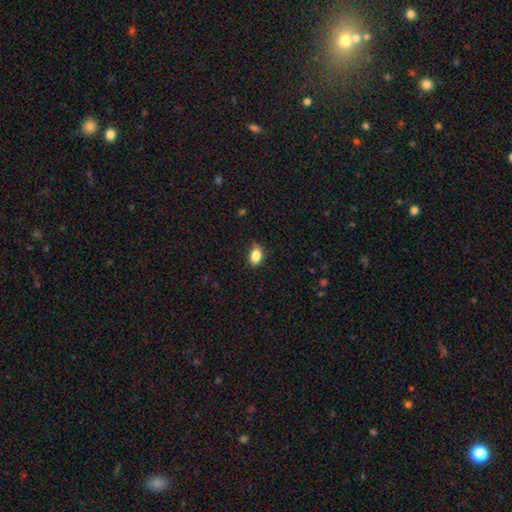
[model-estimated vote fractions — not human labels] smooth 85%, star or artifact 9%, featured or disk 6%. Down the decision tree: how rounded — in between (86%); merging — none (80%).